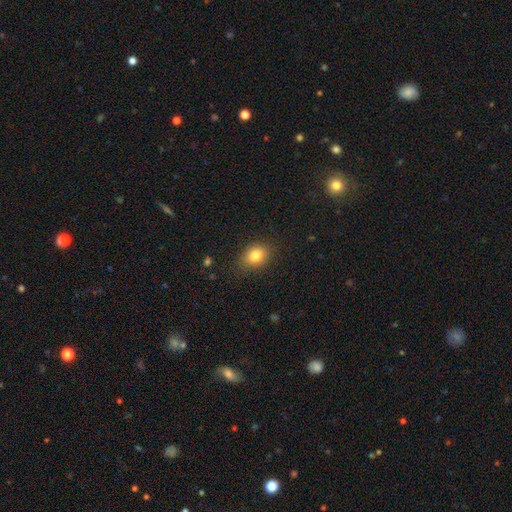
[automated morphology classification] Overall: smooth (81%). How rounded: in between (63%; round 35%). Merging: none (82%).